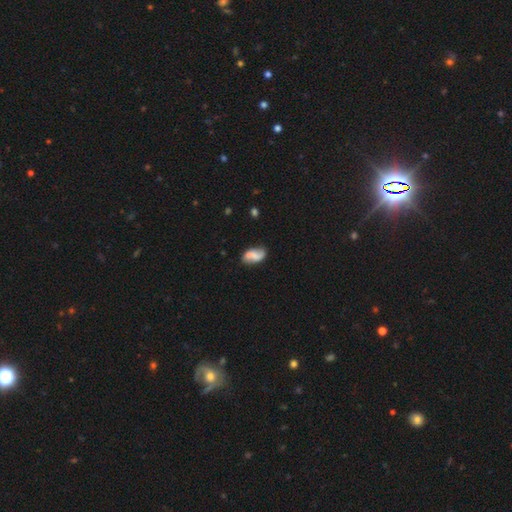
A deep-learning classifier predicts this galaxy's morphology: This appears to be a smooth galaxy with no disk features (50%) that is in between round and cigar-shaped (89%). Merging: none (47%).